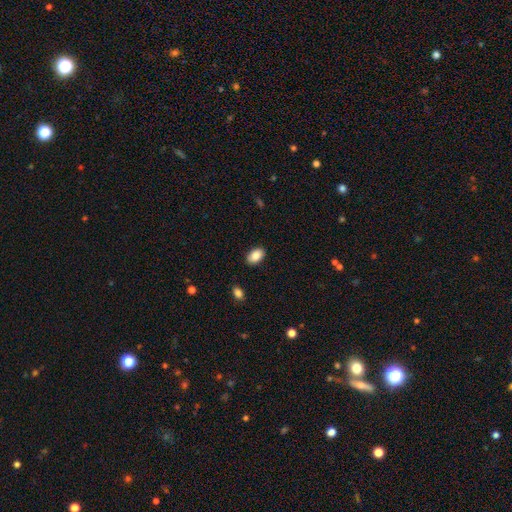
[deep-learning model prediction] Morphology: type=smooth (87%); roundness=in between (92%); merging=none (88%).